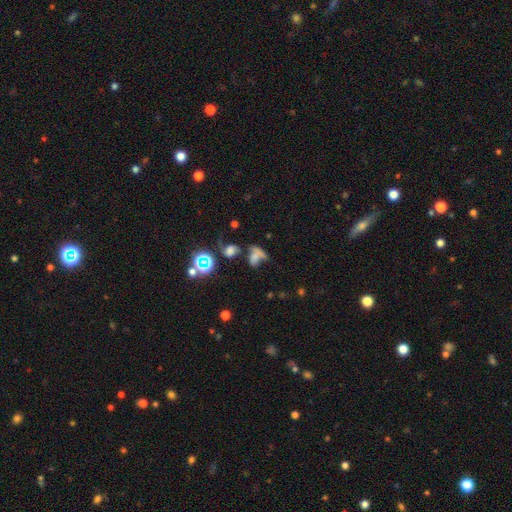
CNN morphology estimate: Smooth or featured? smooth (48%)
Merging? merger (35%)